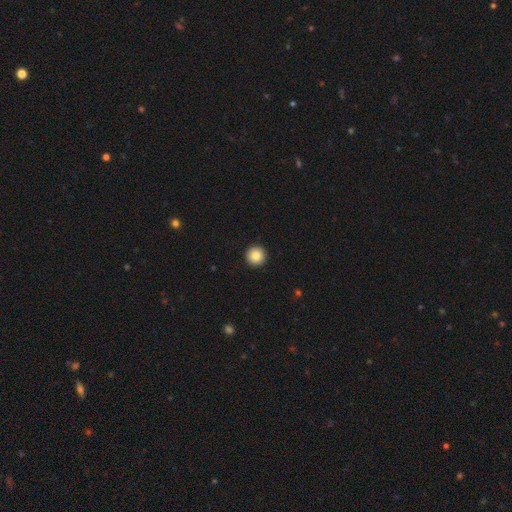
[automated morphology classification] The model was most divided on "smooth or featured": smooth: 85%, star or artifact: 9%, featured or disk: 6%. More confident: how rounded — round (97%); merging — none (94%).